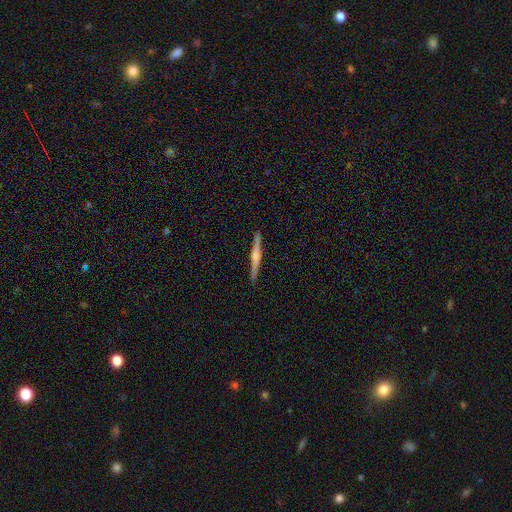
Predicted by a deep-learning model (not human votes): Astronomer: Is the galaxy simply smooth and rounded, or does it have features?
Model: featured or disk — 70%.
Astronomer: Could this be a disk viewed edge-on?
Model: yes — 98%.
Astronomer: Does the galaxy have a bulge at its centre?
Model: rounded — 70%.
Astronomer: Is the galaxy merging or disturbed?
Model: none — 92%.